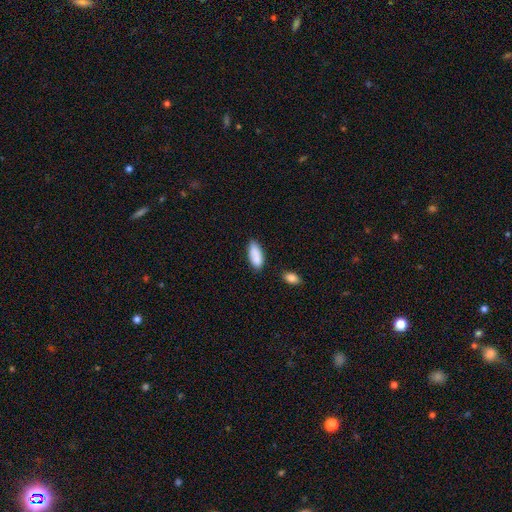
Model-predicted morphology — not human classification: The model was most divided on "merging": none: 74%, minor disturbance: 18%, merger: 5%, major disturbance: 3%. More confident: smooth or featured — smooth (88%); how rounded — in between (84%).